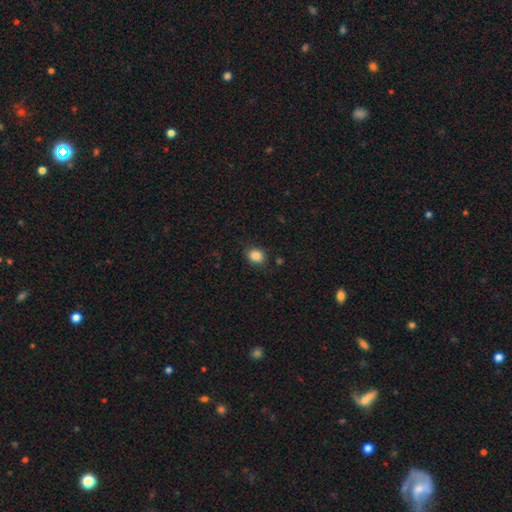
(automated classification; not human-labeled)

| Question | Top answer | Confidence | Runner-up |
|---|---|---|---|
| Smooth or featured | smooth | 85% | star or artifact (10%) |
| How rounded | round | 56% | in between (44%) |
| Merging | none | 82% | minor disturbance (13%) |